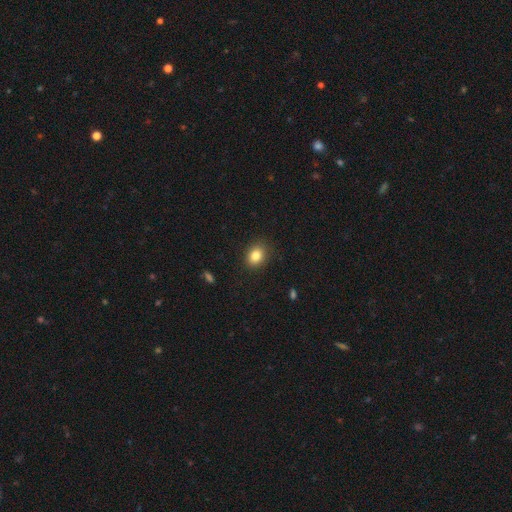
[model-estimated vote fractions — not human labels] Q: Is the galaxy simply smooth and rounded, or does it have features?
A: smooth — 83%.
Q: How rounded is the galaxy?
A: in between — 59%.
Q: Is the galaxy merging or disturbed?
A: none — 87%.